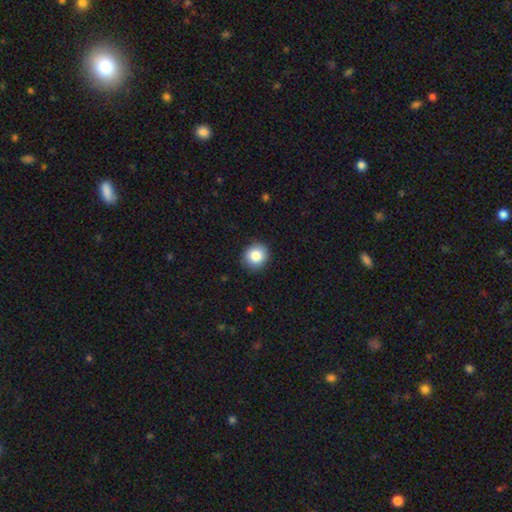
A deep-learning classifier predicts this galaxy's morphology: Smooth or featured: smooth — 85% (star or artifact — 9%)
How rounded: round — 87% (in between — 13%)
Merging: none — 90% (minor disturbance — 7%)